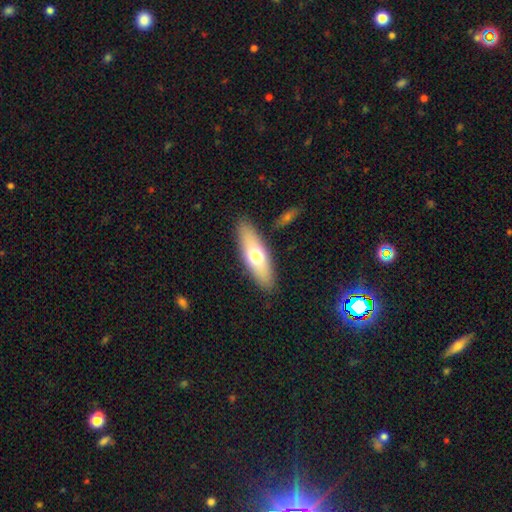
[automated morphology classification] smooth_or_featured: smooth (p=0.64) [alt: featured or disk p=0.30]
how_rounded: in between (p=0.56) [alt: cigar-shaped p=0.42]
merging: none (p=0.87) [alt: minor disturbance p=0.09]